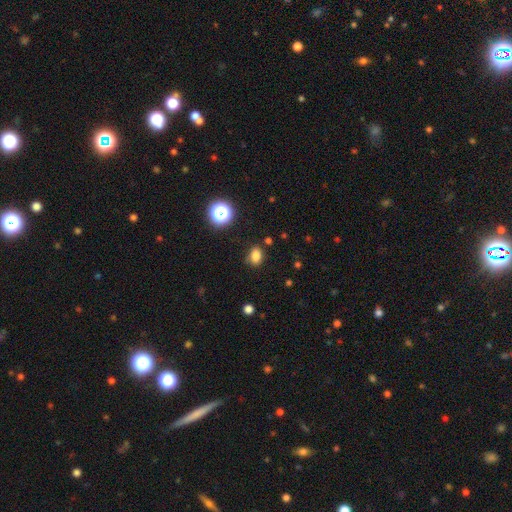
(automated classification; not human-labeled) Smooth or featured: smooth — 81% (star or artifact — 15%)
How rounded: in between — 68% (round — 31%)
Merging: none — 81% (minor disturbance — 13%)